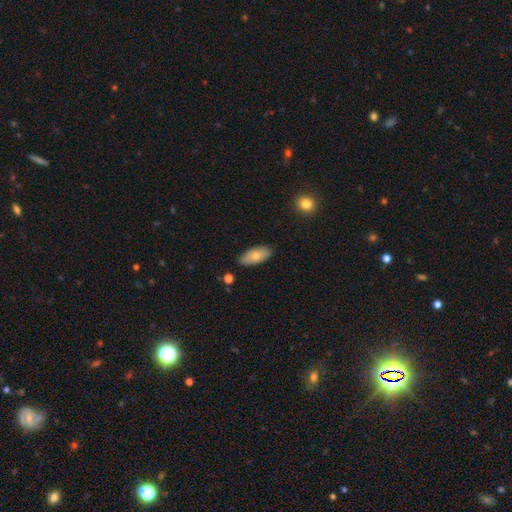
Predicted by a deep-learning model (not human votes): Smooth or featured? smooth (75%)
How rounded? in between (89%)
Merging? none (83%)